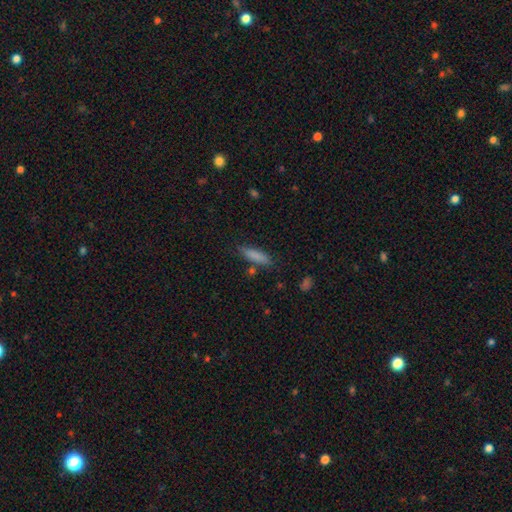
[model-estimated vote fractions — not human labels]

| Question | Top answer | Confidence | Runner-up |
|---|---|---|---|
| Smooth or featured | smooth | 83% | featured or disk (9%) |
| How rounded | cigar-shaped | 70% | in between (28%) |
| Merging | none | 80% | minor disturbance (13%) |